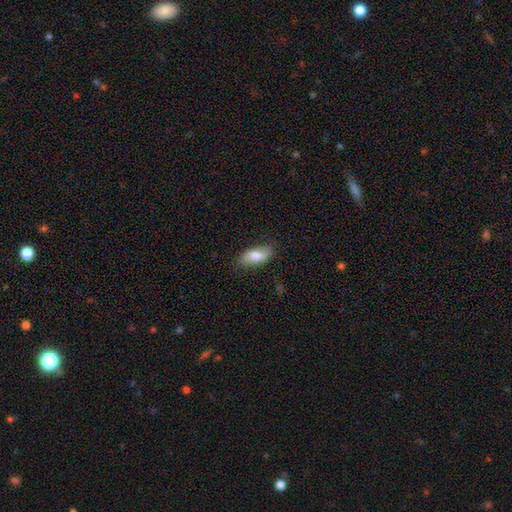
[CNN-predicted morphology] Q: Smooth or featured?
A: smooth (72%); runner-up: featured or disk (22%)
Q: How rounded?
A: in between (88%); runner-up: cigar-shaped (9%)
Q: Merging?
A: none (81%); runner-up: minor disturbance (15%)